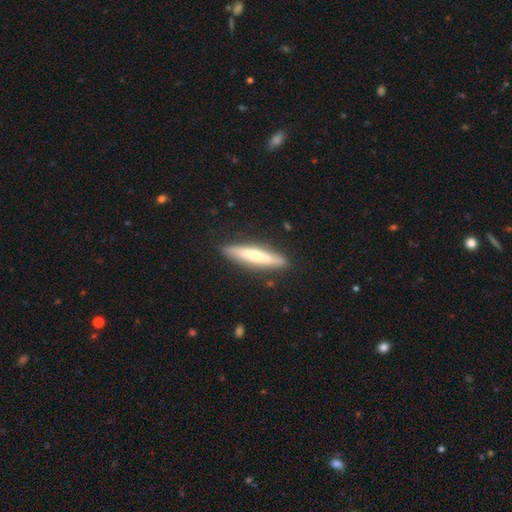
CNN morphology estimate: Smooth or featured? Predicted: smooth (p=0.51). How rounded? Predicted: cigar-shaped (p=0.87). Merging? Predicted: none (p=0.88).